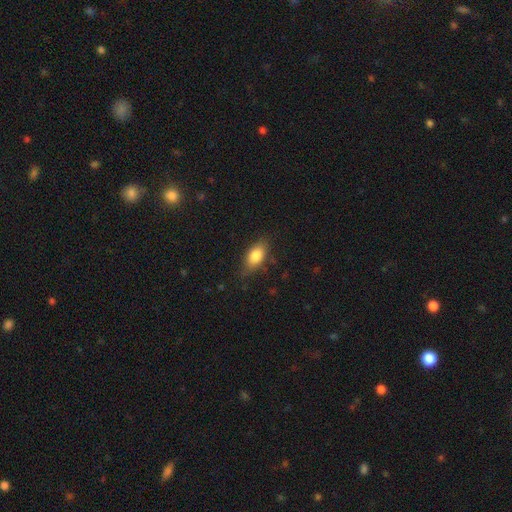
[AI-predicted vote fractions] A smooth galaxy with no disk features (81%) that is in between round and cigar-shaped (87%).

Vote fractions:
- Smooth or featured? smooth: 81% / featured or disk: 12% / star or artifact: 7%
- How rounded? in between: 87% / cigar-shaped: 7% / round: 6%
- Merging? none: 75% / minor disturbance: 20% / major disturbance: 4% / merger: 1%